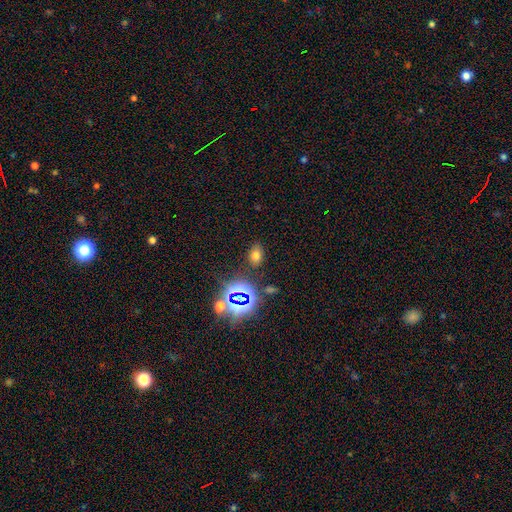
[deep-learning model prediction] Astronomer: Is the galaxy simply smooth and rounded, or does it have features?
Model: smooth — 64%.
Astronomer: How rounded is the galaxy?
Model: in between — 79%.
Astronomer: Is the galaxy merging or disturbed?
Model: none — 82%.